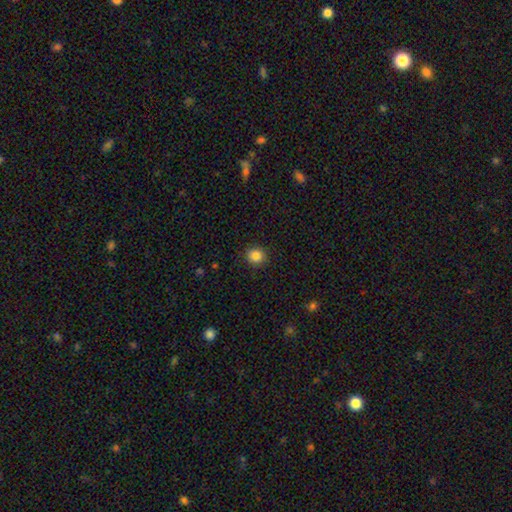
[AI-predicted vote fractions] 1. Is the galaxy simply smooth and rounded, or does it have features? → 85% smooth, 11% star or artifact, 4% featured or disk.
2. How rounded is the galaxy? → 89% round, 10% in between, 1% cigar-shaped.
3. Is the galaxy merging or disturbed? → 91% none, 6% minor disturbance, 2% major disturbance, 1% merger.